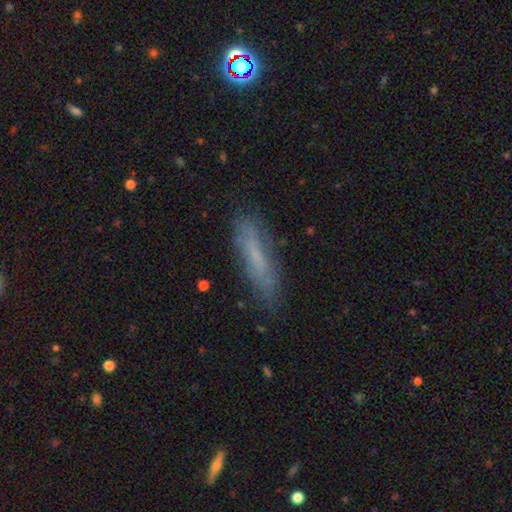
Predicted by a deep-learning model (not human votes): Overall: smooth (60%; featured or disk 30%). How rounded: cigar-shaped (79%). Merging: none (79%).